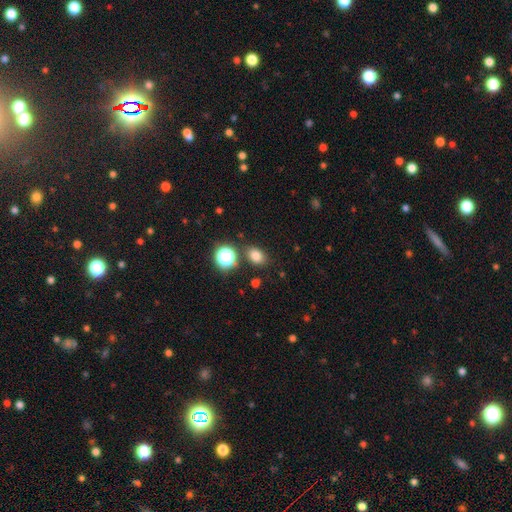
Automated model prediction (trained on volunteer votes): A smooth galaxy with no disk features (78%) that is in between round and cigar-shaped (63%). Merging: none (81%).